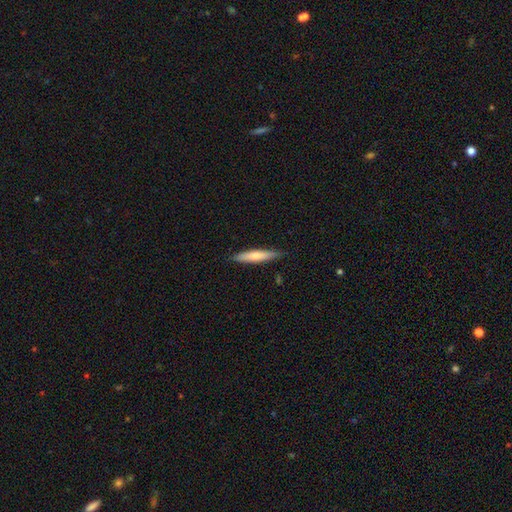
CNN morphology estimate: Smooth or featured? Predicted: smooth (p=0.67). How rounded? Predicted: cigar-shaped (p=0.87). Merging? Predicted: none (p=0.86).